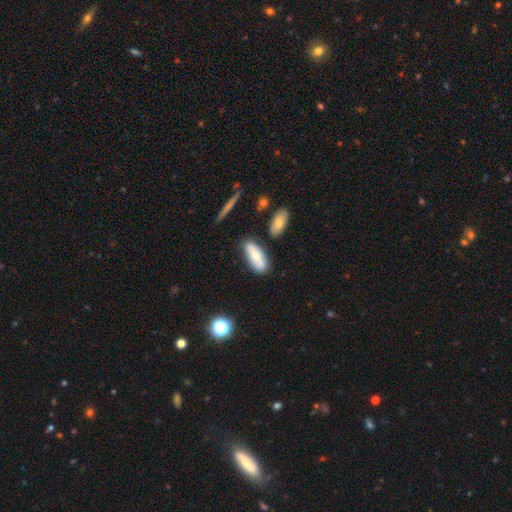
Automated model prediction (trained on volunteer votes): Smooth or featured: smooth — 62% (featured or disk — 31%)
How rounded: in between — 72% (cigar-shaped — 25%)
Merging: none — 75% (minor disturbance — 14%)